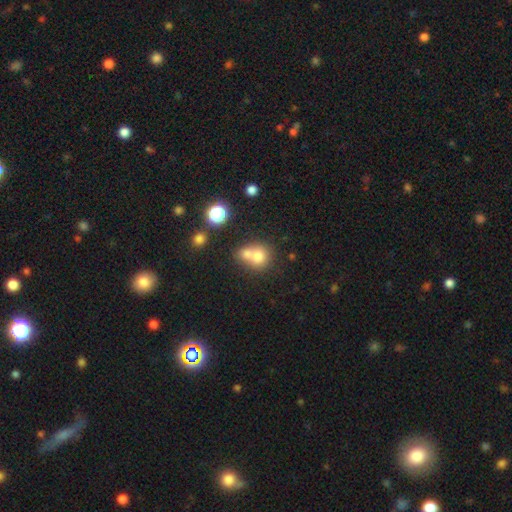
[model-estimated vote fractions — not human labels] This is likely a smooth galaxy (73%). How rounded: likely round (75%). Merging: possibly merger (60%).